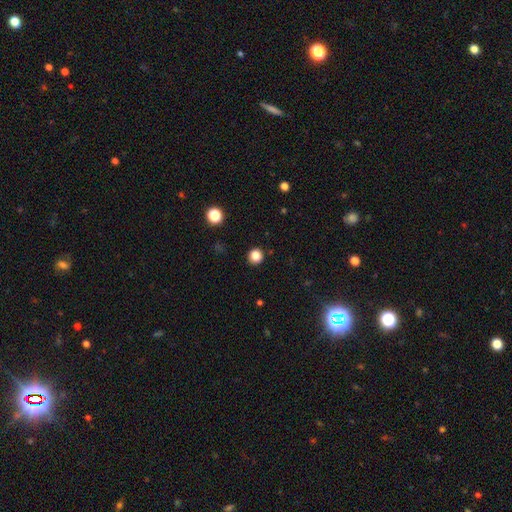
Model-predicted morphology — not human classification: The model was most divided on "smooth or featured": smooth: 84%, star or artifact: 12%, featured or disk: 3%. More confident: how rounded — round (94%); merging — none (92%).